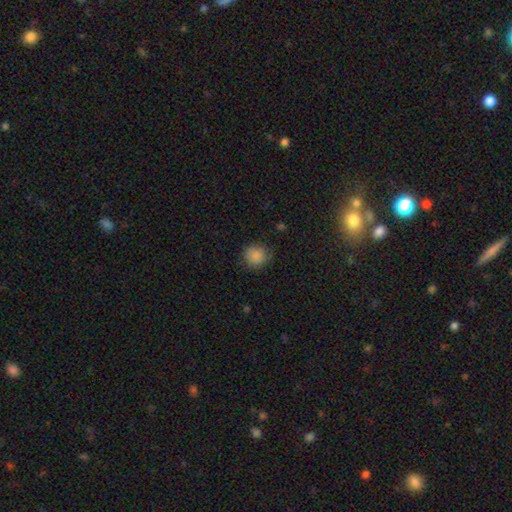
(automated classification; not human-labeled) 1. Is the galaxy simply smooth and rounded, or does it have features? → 86% smooth, 9% star or artifact, 5% featured or disk.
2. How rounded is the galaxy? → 89% round, 10% in between, 1% cigar-shaped.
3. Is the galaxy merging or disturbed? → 79% none, 16% minor disturbance, 4% major disturbance, 1% merger.